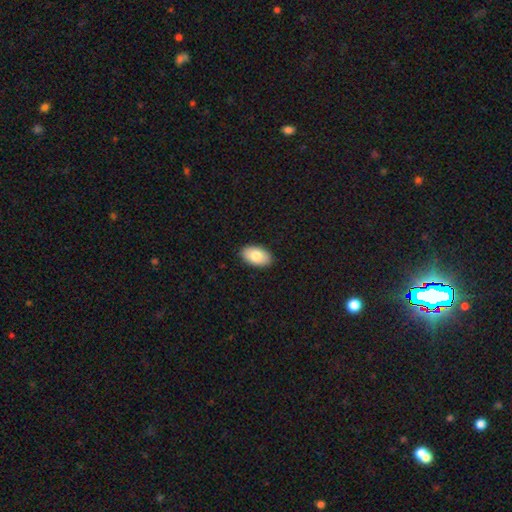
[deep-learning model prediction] Morphology: type=smooth (82%); roundness=in between (94%); merging=none (90%).